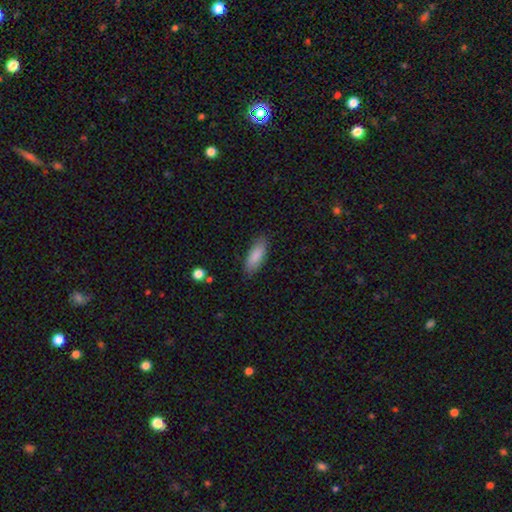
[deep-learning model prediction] Smooth or featured?
  - smooth: 87% *
  - featured or disk: 7%
  - star or artifact: 6%
How rounded?
  - in between: 76% *
  - cigar-shaped: 22%
  - round: 2%
Merging?
  - none: 84% *
  - minor disturbance: 13%
  - major disturbance: 3%
  - merger: 1%